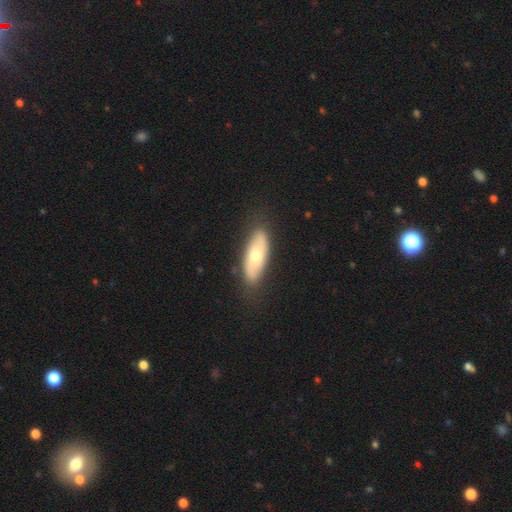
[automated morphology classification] Smooth or featured? smooth (58%)
How rounded? in between (73%)
Merging? none (82%)